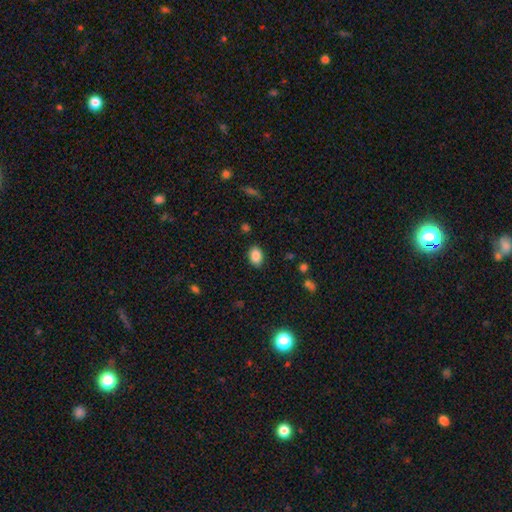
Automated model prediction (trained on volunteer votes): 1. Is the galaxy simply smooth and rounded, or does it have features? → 87% smooth, 9% star or artifact, 5% featured or disk.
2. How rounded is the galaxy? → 81% in between, 18% round, 1% cigar-shaped.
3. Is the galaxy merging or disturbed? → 87% none, 9% minor disturbance, 2% major disturbance, 1% merger.